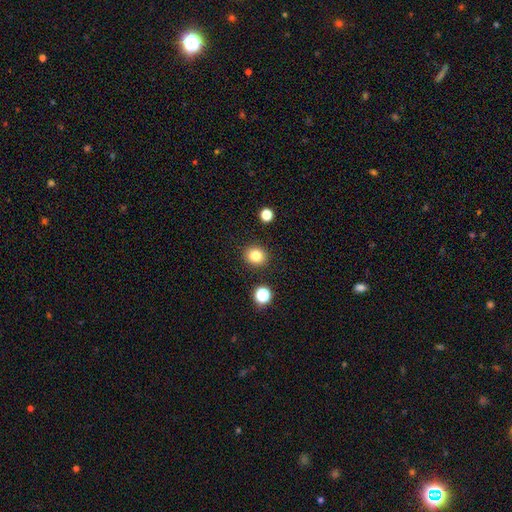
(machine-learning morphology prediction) Overall: smooth (82%). How rounded: round (81%). Merging: none (88%).